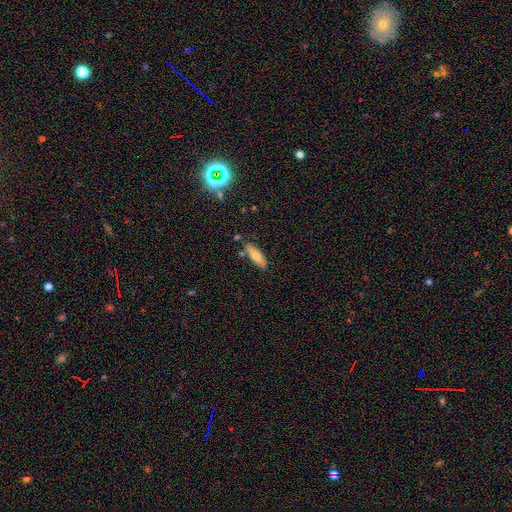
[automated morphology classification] A smooth galaxy with no disk features (71%) that is cigar-shaped (59%).

Vote fractions:
- Smooth or featured? smooth: 71% / featured or disk: 22% / star or artifact: 7%
- How rounded? cigar-shaped: 59% / in between: 39% / round: 2%
- Merging? none: 81% / minor disturbance: 12% / merger: 5% / major disturbance: 2%